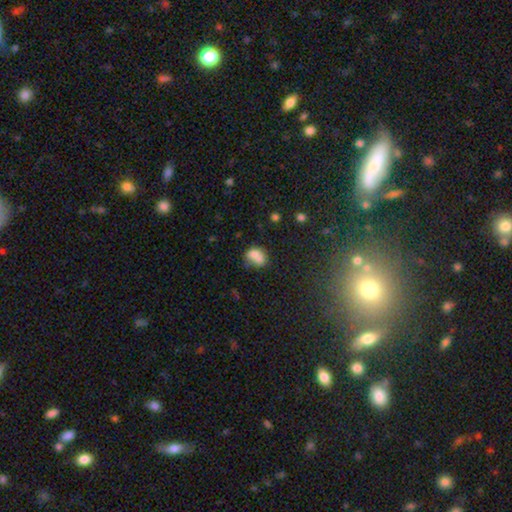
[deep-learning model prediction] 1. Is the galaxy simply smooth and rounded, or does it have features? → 70% smooth, 19% featured or disk, 11% star or artifact.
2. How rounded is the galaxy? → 55% in between, 44% round, 1% cigar-shaped.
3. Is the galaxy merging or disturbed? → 59% merger, 24% none, 11% minor disturbance, 6% major disturbance.